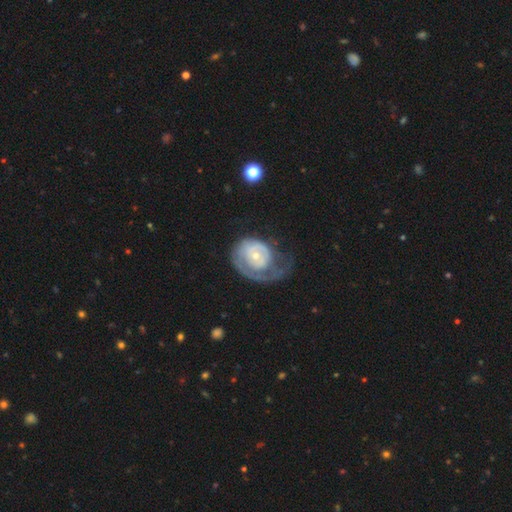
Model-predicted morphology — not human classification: smooth-or-featured: featured or disk: 68% | smooth: 27% | star or artifact: 5%
  disk-edge-on: no: 97% | yes: 3%
    bar: no: 80% | weak: 17% | strong: 3%
    has-spiral-arms: yes: 71% | no: 29%
    bulge-size: small: 56% | moderate: 38% | large: 3% | none: 2% | dominant: 1%
  merging: major disturbance: 46% | none: 29% | minor disturbance: 22% | merger: 3%